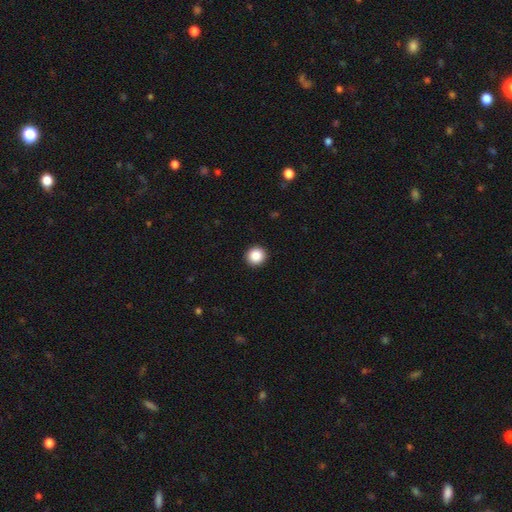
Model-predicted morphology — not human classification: A smooth galaxy with no disk features (88%) that is round (94%). Merging: none (93%).